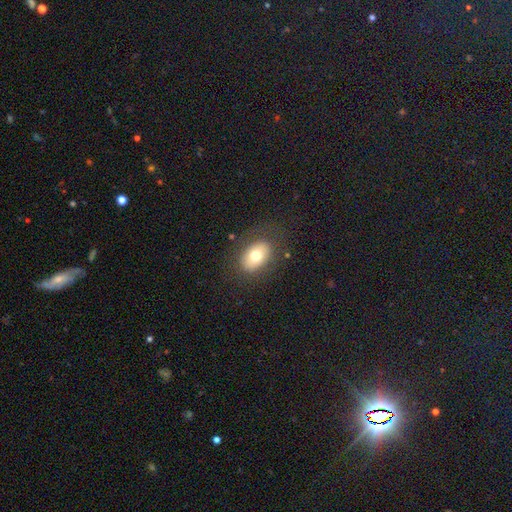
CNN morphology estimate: Smooth or featured? Predicted: smooth (p=0.71). How rounded? Predicted: in between (p=0.81). Merging? Predicted: none (p=0.79).